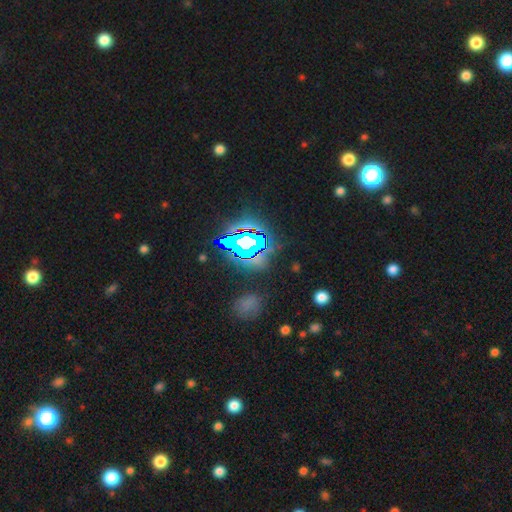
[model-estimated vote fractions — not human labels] Smooth or featured?
  - star or artifact: 75% *
  - smooth: 16%
  - featured or disk: 9%